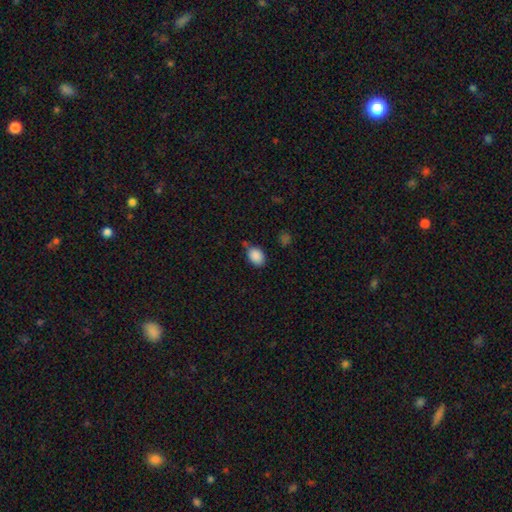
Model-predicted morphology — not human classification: type=smooth (88%); roundness=in between (75%); merging=none (62%).